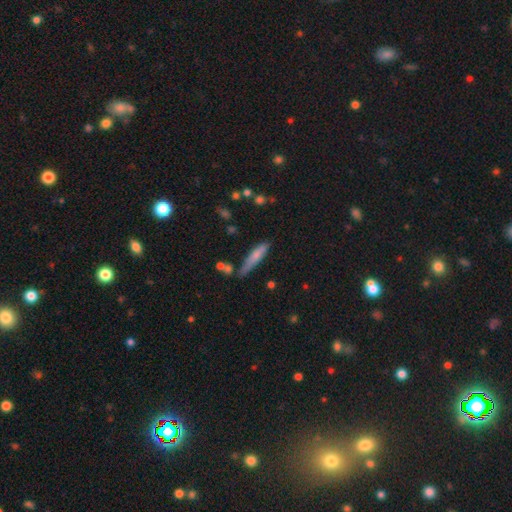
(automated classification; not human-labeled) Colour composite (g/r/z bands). It shows a smooth galaxy with no disk features (71%) that is cigar-shaped (84%). Merging: none (62%).